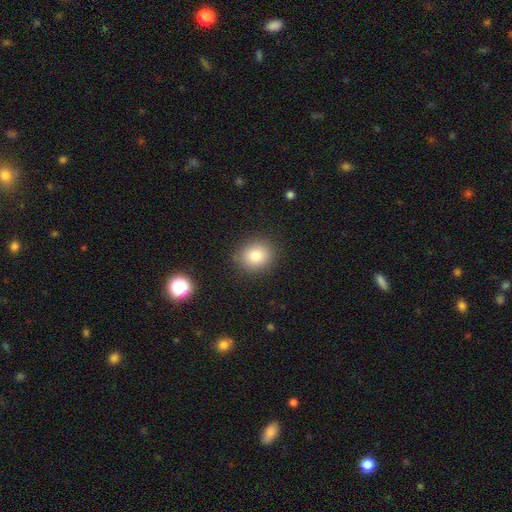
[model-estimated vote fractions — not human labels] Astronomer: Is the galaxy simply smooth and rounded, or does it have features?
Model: smooth — 81%.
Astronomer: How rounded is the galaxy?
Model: round — 78%.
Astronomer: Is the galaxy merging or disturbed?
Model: none — 88%.